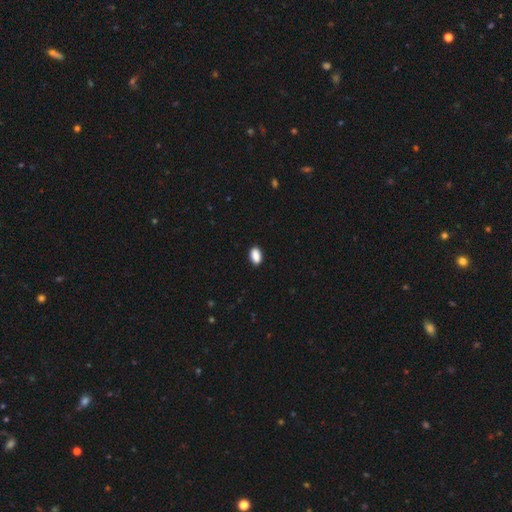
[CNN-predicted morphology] Smooth or featured? Predicted: smooth (p=0.90). How rounded? Predicted: in between (p=0.92). Merging? Predicted: none (p=0.88).